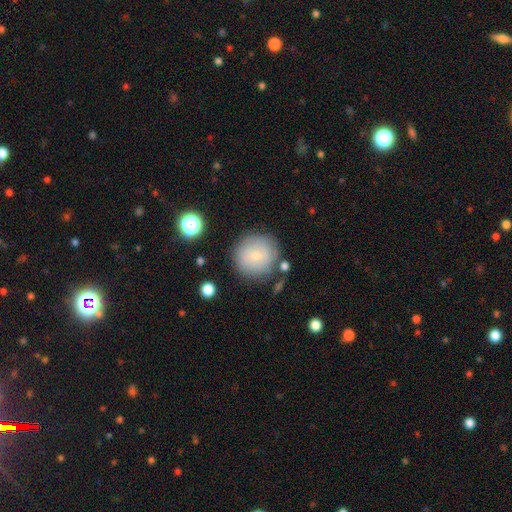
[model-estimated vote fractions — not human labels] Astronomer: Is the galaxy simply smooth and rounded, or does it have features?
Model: smooth — 73%.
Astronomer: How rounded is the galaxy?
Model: round — 93%.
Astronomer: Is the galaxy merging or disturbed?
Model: none — 80%.